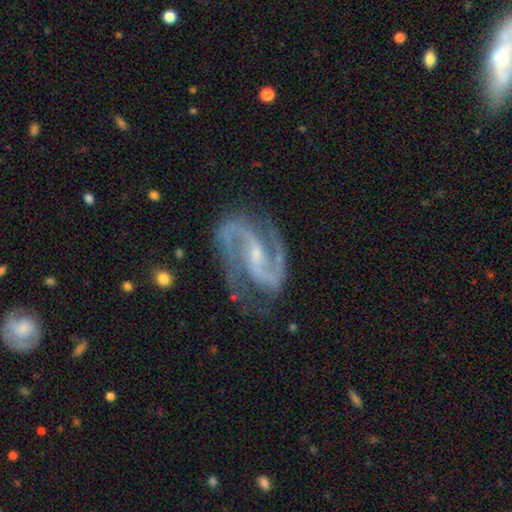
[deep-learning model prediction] Smooth or featured?
  - featured or disk: 93% *
  - star or artifact: 4%
  - smooth: 2%
Edge-on disk?
  - no: 98% *
  - yes: 2%
Bar?
  - weak: 40% *
  - strong: 34%
  - no: 25%
Spiral arms?
  - yes: 99% *
  - no: 1%
Spiral winding?
  - medium: 62% *
  - loose: 19%
  - tight: 19%
Spiral arm count?
  - 2: 94% *
  - 3: 2%
  - can't tell: 1%
  - 1: 1%
  - 4: 1%
  - more than 4: 1%
Bulge size?
  - small: 68% *
  - moderate: 24%
  - none: 6%
  - large: 1%
  - dominant: 1%
Merging?
  - none: 75% *
  - minor disturbance: 17%
  - major disturbance: 7%
  - merger: 2%